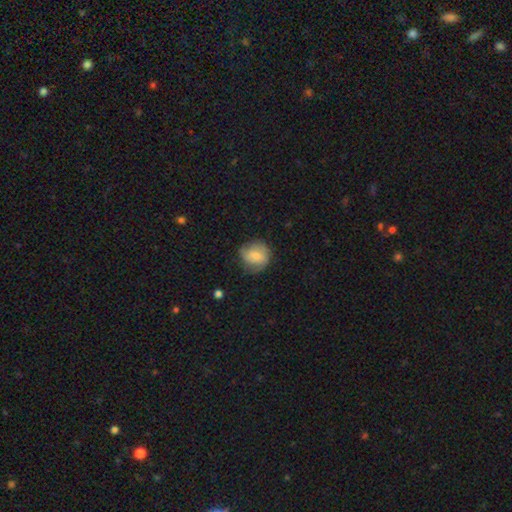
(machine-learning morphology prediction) The model was most divided on "smooth or featured": smooth: 61%, featured or disk: 31%, star or artifact: 8%. More confident: how rounded — round (85%); merging — none (67%).